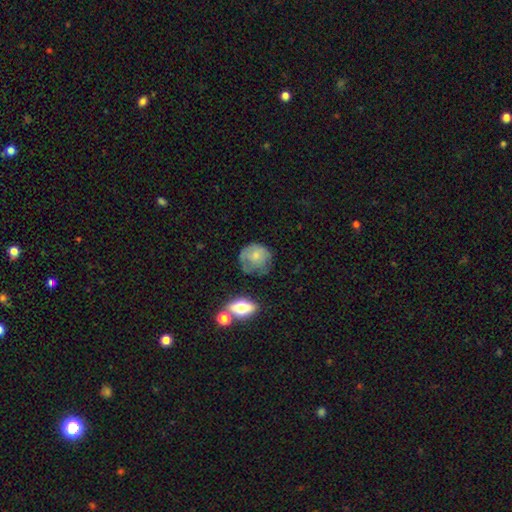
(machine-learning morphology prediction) smooth_or_featured: smooth (p=0.62) [alt: featured or disk p=0.29]
how_rounded: round (p=0.80) [alt: in between p=0.19]
merging: none (p=0.46) [alt: minor disturbance p=0.32]